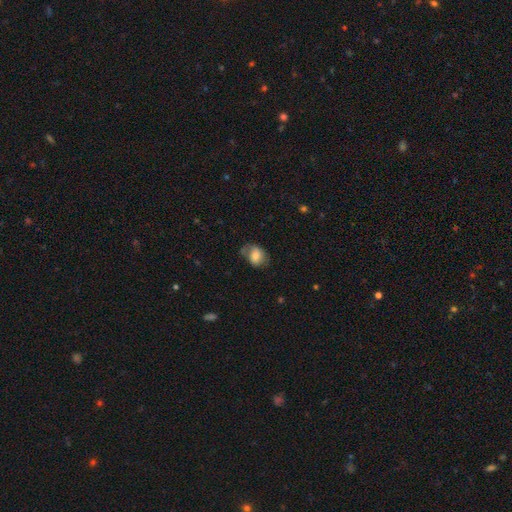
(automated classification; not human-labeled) smooth_or_featured: smooth (p=0.68) [alt: featured or disk p=0.23]
how_rounded: in between (p=0.64) [alt: round p=0.35]
merging: none (p=0.51) [alt: minor disturbance p=0.30]